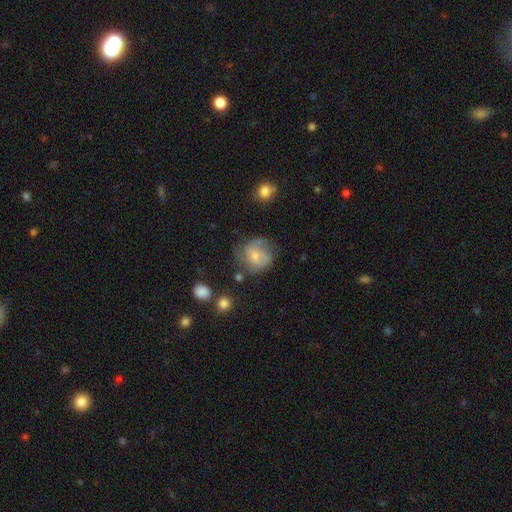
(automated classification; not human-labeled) Smooth or featured? smooth (46%)
Merging? none (51%)